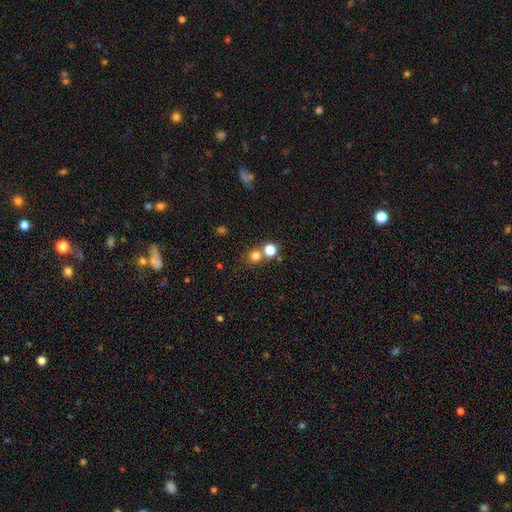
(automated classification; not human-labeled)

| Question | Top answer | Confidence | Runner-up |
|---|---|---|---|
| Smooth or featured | smooth | 74% | star or artifact (19%) |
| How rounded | round | 89% | in between (10%) |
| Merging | none | 64% | merger (27%) |